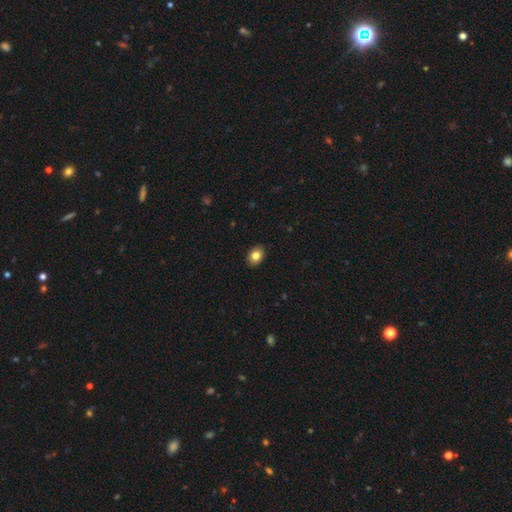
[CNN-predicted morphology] Smooth or featured? smooth (83%)
How rounded? in between (71%)
Merging? none (90%)